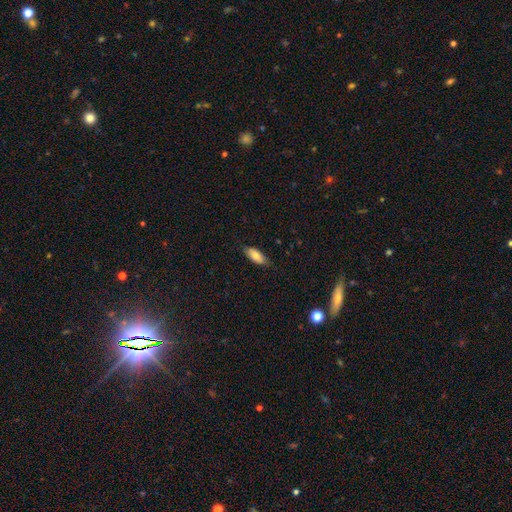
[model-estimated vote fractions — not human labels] Smooth or featured: smooth — 76% (featured or disk — 17%)
How rounded: in between — 82% (cigar-shaped — 15%)
Merging: none — 78% (minor disturbance — 18%)